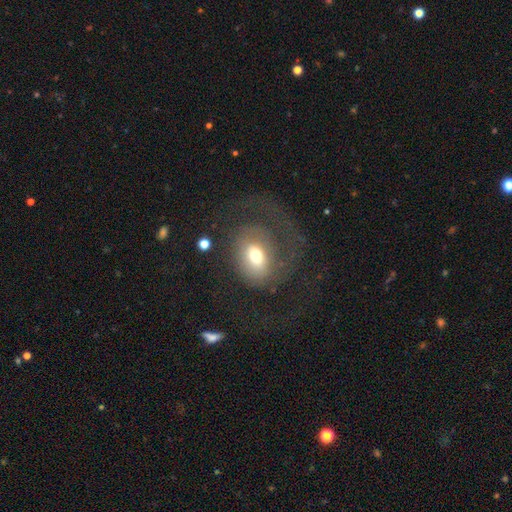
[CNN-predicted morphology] smooth-or-featured: smooth: 55% | featured or disk: 35% | star or artifact: 11%
  how-rounded: in between: 51% | round: 48% | cigar-shaped: 1%
  merging: major disturbance: 48% | none: 34% | minor disturbance: 15% | merger: 2%